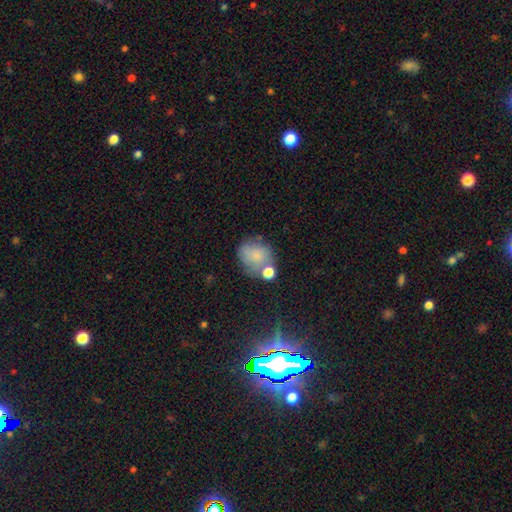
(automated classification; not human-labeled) smooth-or-featured: smooth: 69% | featured or disk: 19% | star or artifact: 12%
  how-rounded: round: 66% | in between: 33% | cigar-shaped: 1%
  merging: none: 49% | minor disturbance: 21% | merger: 19% | major disturbance: 11%